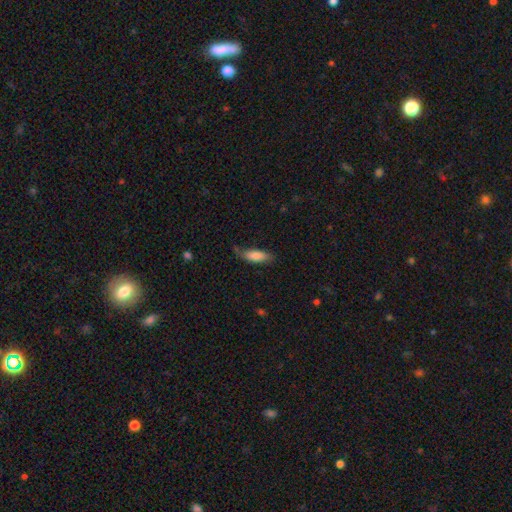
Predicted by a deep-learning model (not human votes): Smooth or featured: smooth — 81% (featured or disk — 13%)
How rounded: in between — 63% (cigar-shaped — 35%)
Merging: none — 63% (minor disturbance — 27%)